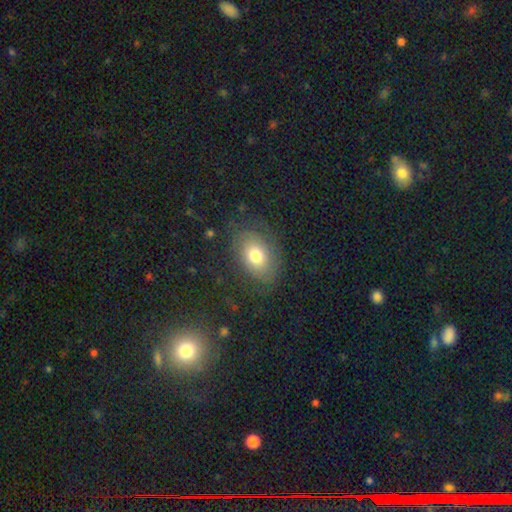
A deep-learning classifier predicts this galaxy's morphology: type=smooth (60%); roundness=in between (77%); merging=none (73%).